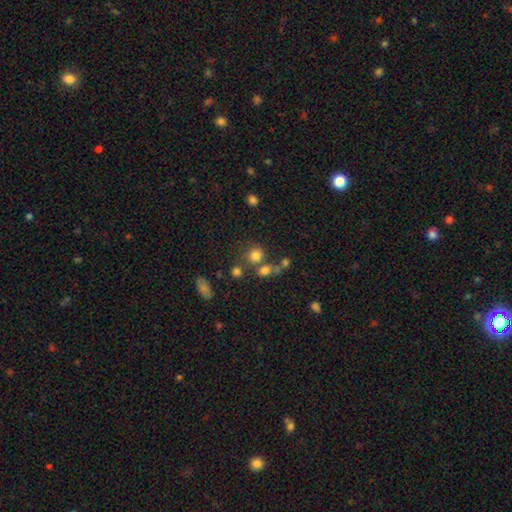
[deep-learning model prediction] Q: Smooth or featured?
A: smooth (77%); runner-up: star or artifact (14%)
Q: How rounded?
A: round (83%); runner-up: in between (16%)
Q: Merging?
A: none (61%); runner-up: merger (23%)